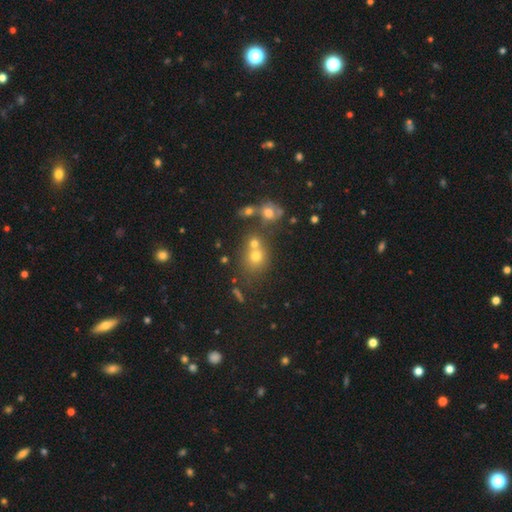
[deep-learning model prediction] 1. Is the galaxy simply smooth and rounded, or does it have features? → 63% smooth, 21% star or artifact, 15% featured or disk.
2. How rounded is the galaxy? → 74% round, 25% in between, 1% cigar-shaped.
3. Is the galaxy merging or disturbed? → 48% none, 38% merger, 10% minor disturbance, 5% major disturbance.